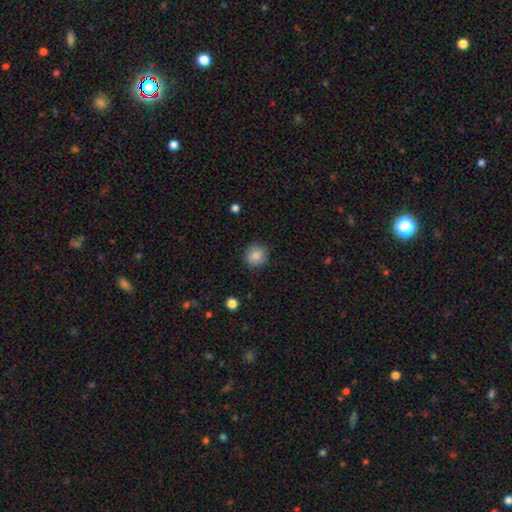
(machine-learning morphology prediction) smooth_or_featured: smooth (p=0.87) [alt: star or artifact p=0.09]
how_rounded: round (p=0.90) [alt: in between p=0.09]
merging: none (p=0.88) [alt: minor disturbance p=0.09]